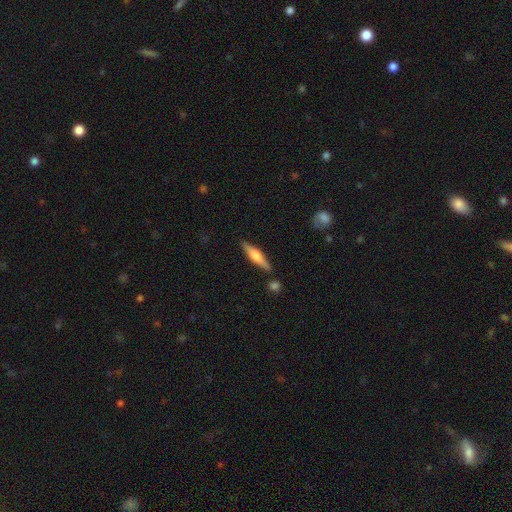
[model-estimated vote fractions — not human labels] smooth-or-featured: featured or disk: 49% | smooth: 45% | star or artifact: 6%
  merging: none: 84% | minor disturbance: 10% | merger: 4% | major disturbance: 2%